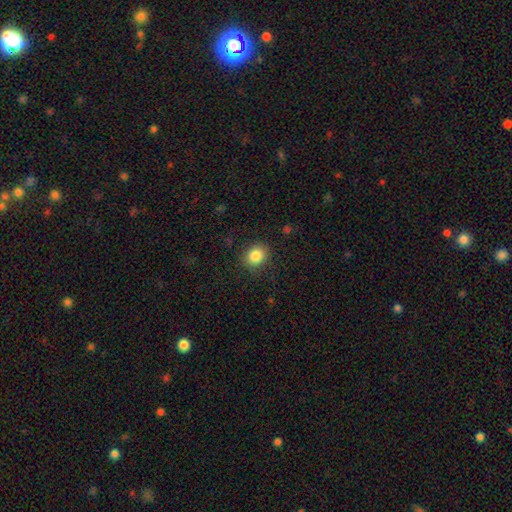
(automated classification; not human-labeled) This appears to be a smooth galaxy with no disk features (85%) that is round (71%). Merging: none (87%).